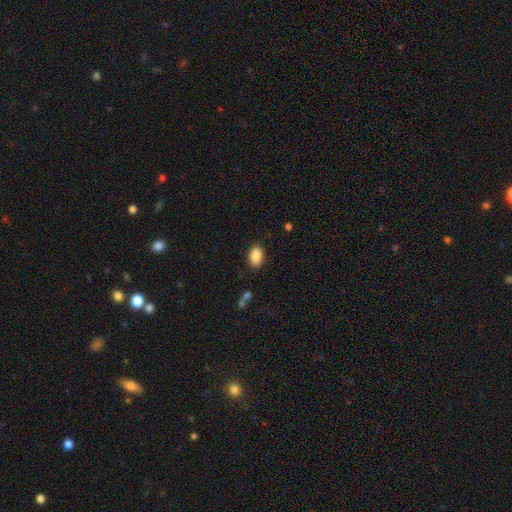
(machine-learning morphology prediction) This is clearly a smooth galaxy (89%). How rounded: clearly in between (90%). Merging: clearly none (87%).